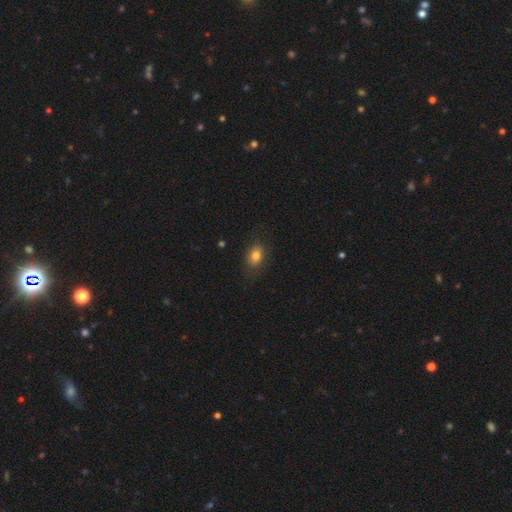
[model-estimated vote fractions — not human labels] Smooth or featured?
  - smooth: 81% *
  - featured or disk: 10%
  - star or artifact: 10%
How rounded?
  - in between: 74% *
  - round: 25%
  - cigar-shaped: 1%
Merging?
  - none: 78% *
  - minor disturbance: 15%
  - major disturbance: 5%
  - merger: 1%